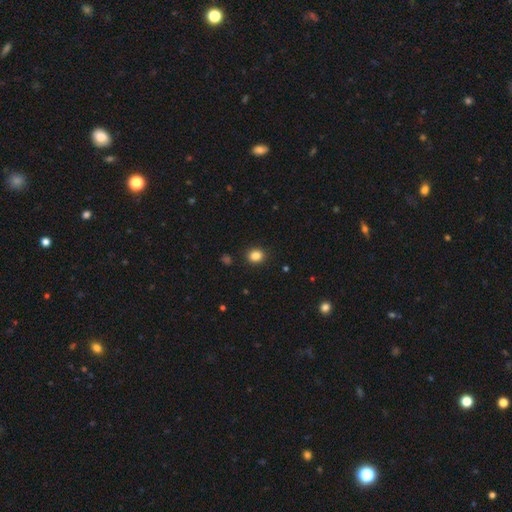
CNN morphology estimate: A smooth galaxy with no disk features (85%) that is round (67%). Merging: none (90%).